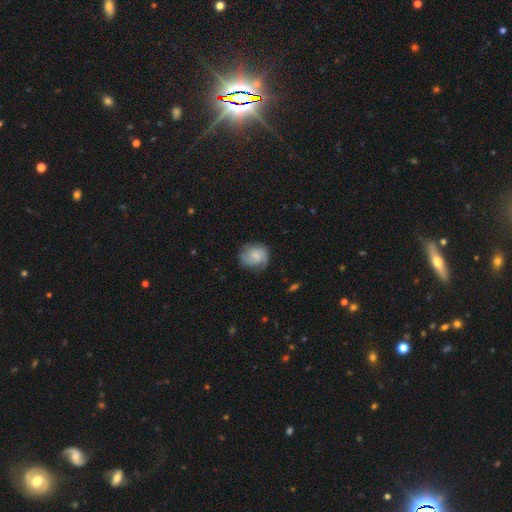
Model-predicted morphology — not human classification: Smooth or featured? Predicted: smooth (p=0.52). How rounded? Predicted: round (p=0.72). Merging? Predicted: none (p=0.64).